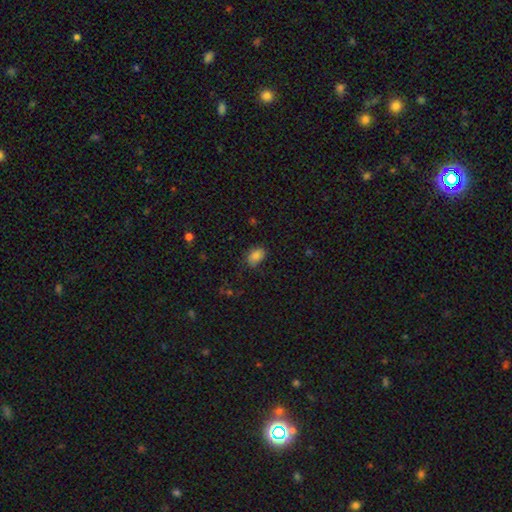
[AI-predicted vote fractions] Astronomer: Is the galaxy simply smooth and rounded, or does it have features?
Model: smooth — 84%.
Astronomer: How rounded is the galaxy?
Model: in between — 82%.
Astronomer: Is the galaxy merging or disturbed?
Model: none — 76%.